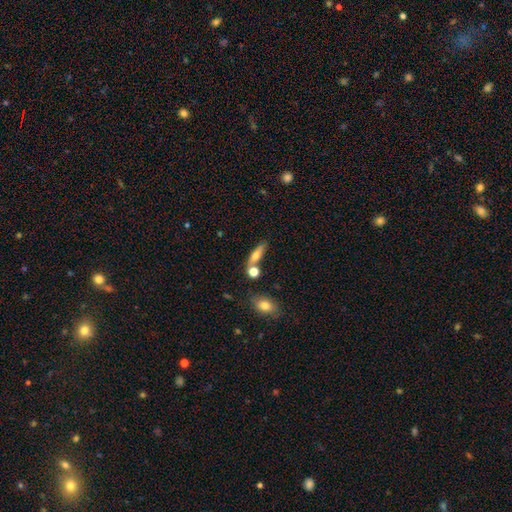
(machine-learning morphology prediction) Smooth or featured? Predicted: smooth (p=0.62). How rounded? Predicted: cigar-shaped (p=0.52). Merging? Predicted: none (p=0.61).